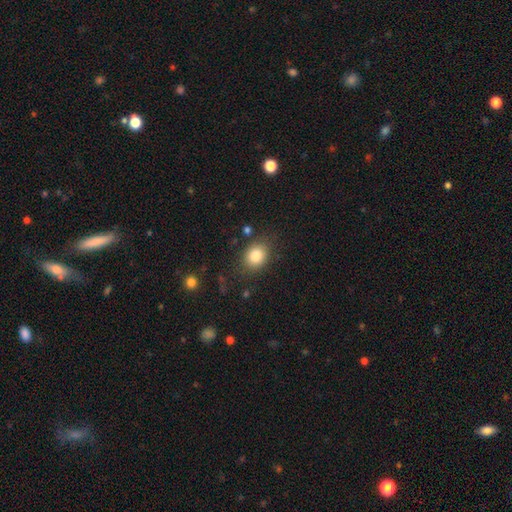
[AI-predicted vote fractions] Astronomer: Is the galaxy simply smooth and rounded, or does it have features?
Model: smooth — 82%.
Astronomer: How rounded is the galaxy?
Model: round — 51% (runner-up: in between, 48%).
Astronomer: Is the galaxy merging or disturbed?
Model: none — 81%.